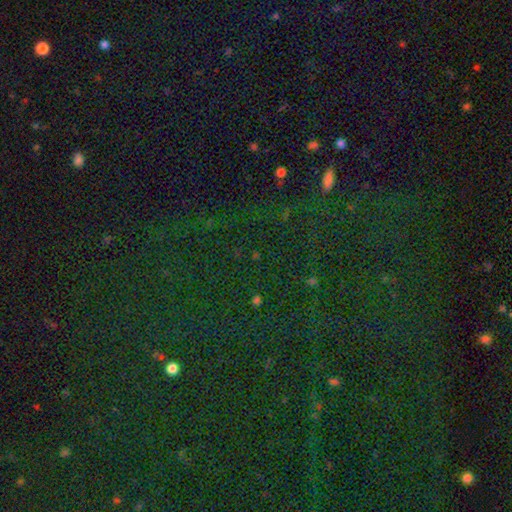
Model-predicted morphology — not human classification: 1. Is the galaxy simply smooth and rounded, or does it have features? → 70% star or artifact, 21% smooth, 8% featured or disk.